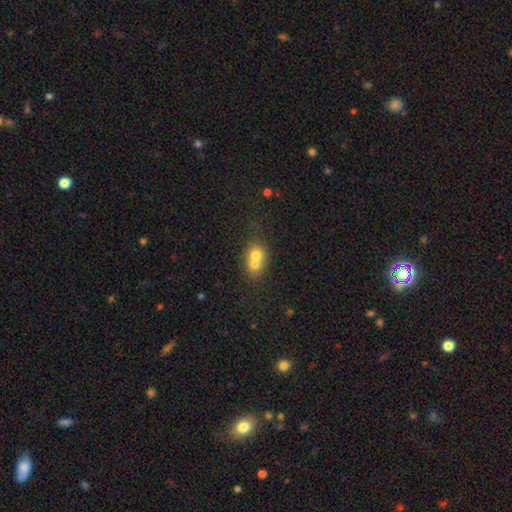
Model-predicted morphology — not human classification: type=smooth (69%); roundness=round (67%); merging=merger (67%).